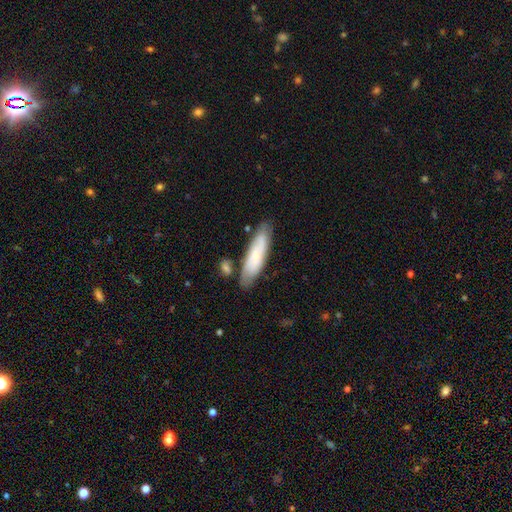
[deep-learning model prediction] smooth_or_featured: smooth (p=0.65) [alt: featured or disk p=0.29]
how_rounded: cigar-shaped (p=0.64) [alt: in between p=0.34]
merging: none (p=0.72) [alt: minor disturbance p=0.16]